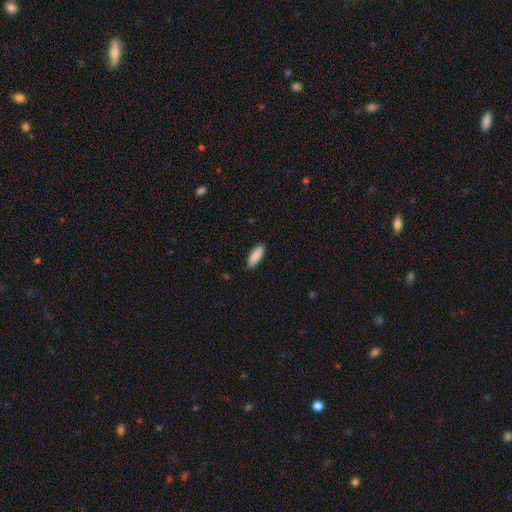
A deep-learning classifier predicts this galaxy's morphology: Q: Smooth or featured?
A: smooth (90%); runner-up: star or artifact (6%)
Q: How rounded?
A: in between (68%); runner-up: cigar-shaped (30%)
Q: Merging?
A: none (84%); runner-up: minor disturbance (12%)